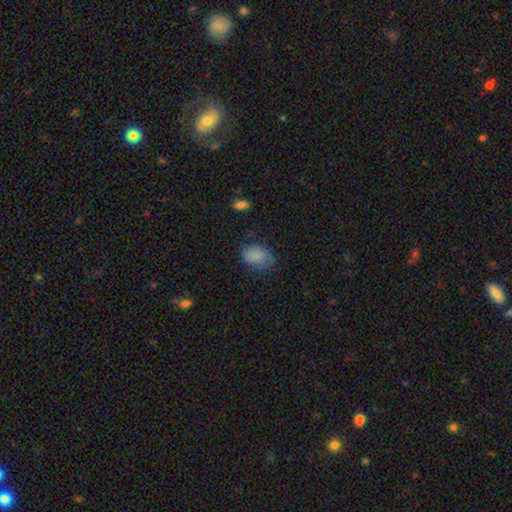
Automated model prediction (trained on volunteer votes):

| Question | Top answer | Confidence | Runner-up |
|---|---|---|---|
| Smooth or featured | smooth | 81% | featured or disk (9%) |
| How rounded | in between | 81% | round (18%) |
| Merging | none | 60% | minor disturbance (28%) |